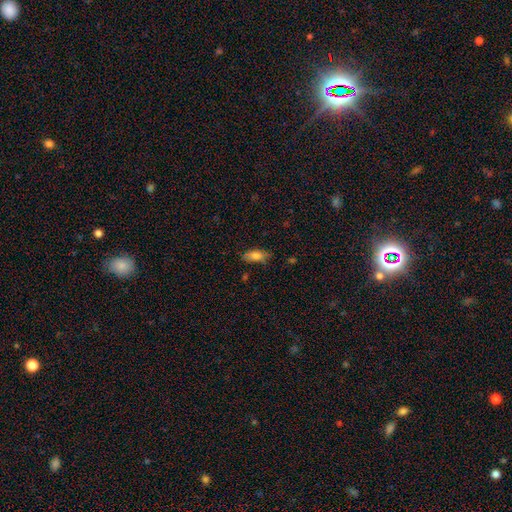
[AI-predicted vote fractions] Smooth or featured?
  - smooth: 81% *
  - featured or disk: 11%
  - star or artifact: 8%
How rounded?
  - in between: 82% *
  - cigar-shaped: 15%
  - round: 3%
Merging?
  - none: 75% *
  - minor disturbance: 19%
  - major disturbance: 4%
  - merger: 2%